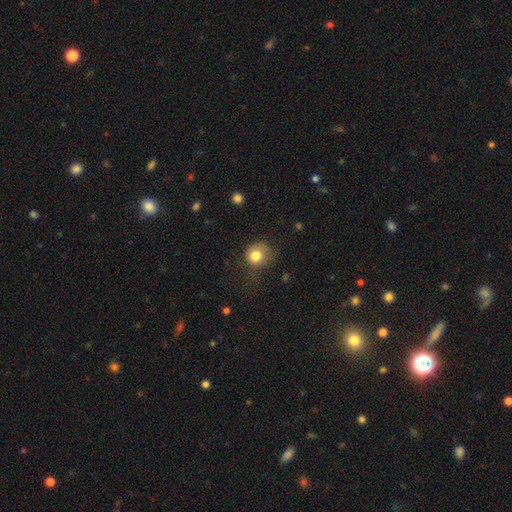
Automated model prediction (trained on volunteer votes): Morphology: type=smooth (78%); roundness=round (81%); merging=none (47%).